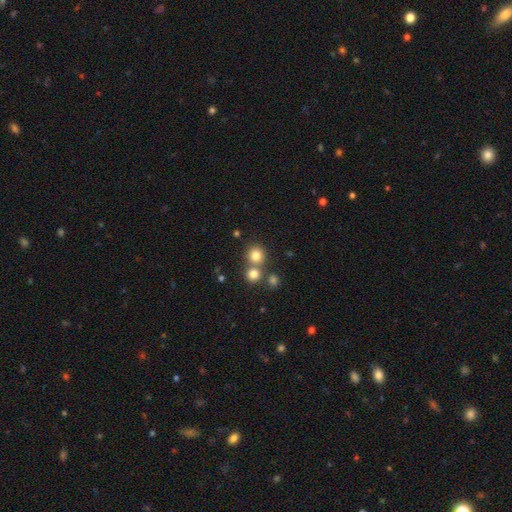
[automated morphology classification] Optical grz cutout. It shows a smooth galaxy with no disk features (78%) that is round (91%). Merging: none (63%).